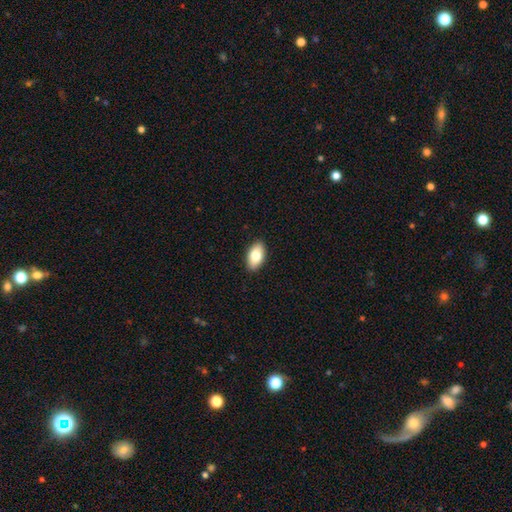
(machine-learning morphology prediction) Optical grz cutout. It shows a smooth galaxy with no disk features (80%) that is in between round and cigar-shaped (93%). Merging: none (90%).